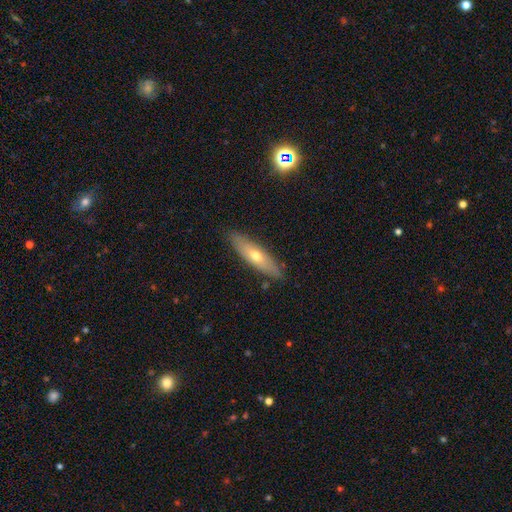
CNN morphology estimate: Smooth or featured? smooth (53%)
How rounded? cigar-shaped (63%)
Merging? none (85%)